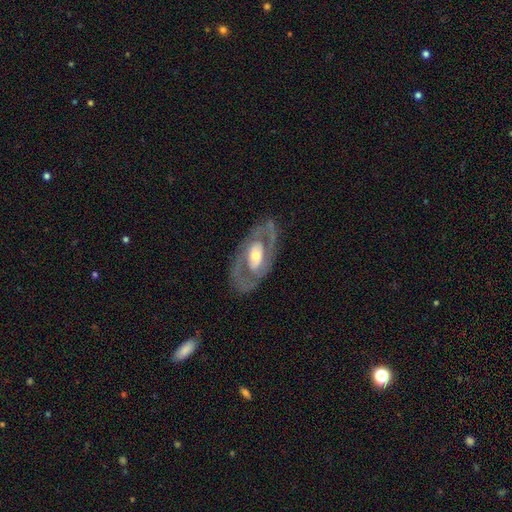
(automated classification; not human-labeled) Smooth or featured? Predicted: featured or disk (p=0.78). Edge-on disk? Predicted: no (p=0.92). Bar? Predicted: no (p=0.56). Spiral arms? Predicted: yes (p=0.58). Bulge size? Predicted: moderate (p=0.62). Merging? Predicted: none (p=0.79).